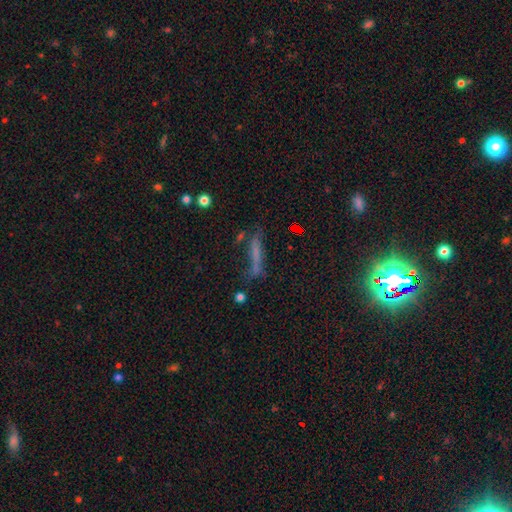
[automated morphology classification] smooth_or_featured: smooth (p=0.42) [alt: featured or disk p=0.32]
merging: none (p=0.59) [alt: minor disturbance p=0.22]